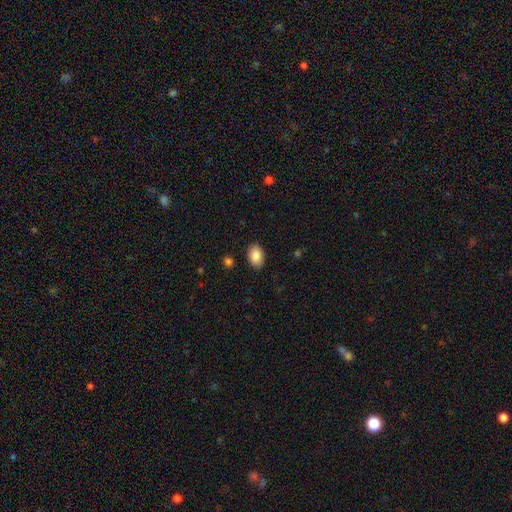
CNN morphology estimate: type=smooth (88%); roundness=in between (88%); merging=none (88%).